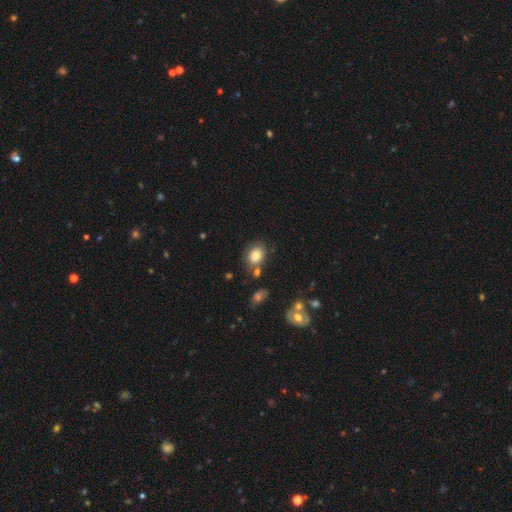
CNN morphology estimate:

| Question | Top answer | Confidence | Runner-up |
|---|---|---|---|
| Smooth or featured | smooth | 82% | featured or disk (9%) |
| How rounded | in between | 67% | round (32%) |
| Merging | none | 68% | minor disturbance (16%) |